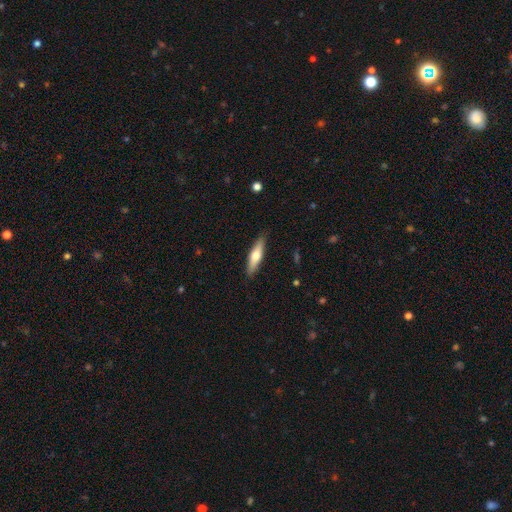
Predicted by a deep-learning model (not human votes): The model was most divided on "smooth or featured": smooth: 55%, featured or disk: 40%, star or artifact: 5%. More confident: merging — none (88%); how rounded — cigar-shaped (71%).